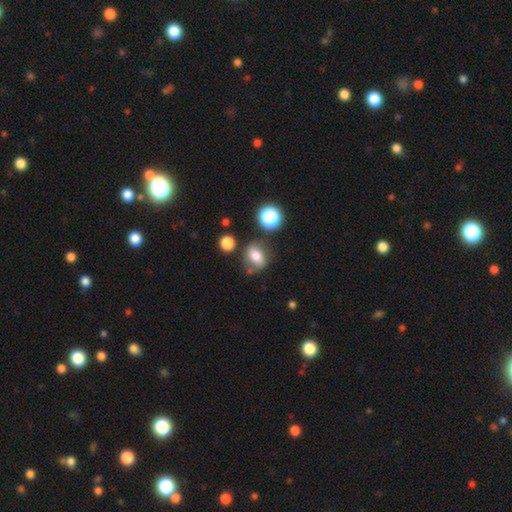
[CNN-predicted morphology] Smooth or featured?
  - smooth: 67% *
  - featured or disk: 20%
  - star or artifact: 13%
How rounded?
  - in between: 53% *
  - round: 45%
  - cigar-shaped: 2%
Merging?
  - none: 67% *
  - minor disturbance: 18%
  - merger: 9%
  - major disturbance: 6%